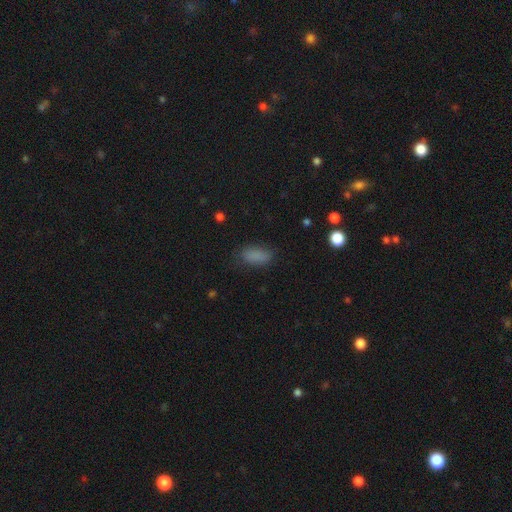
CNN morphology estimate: Q: Smooth or featured?
A: smooth (84%); runner-up: star or artifact (10%)
Q: How rounded?
A: in between (86%); runner-up: cigar-shaped (10%)
Q: Merging?
A: none (78%); runner-up: minor disturbance (16%)